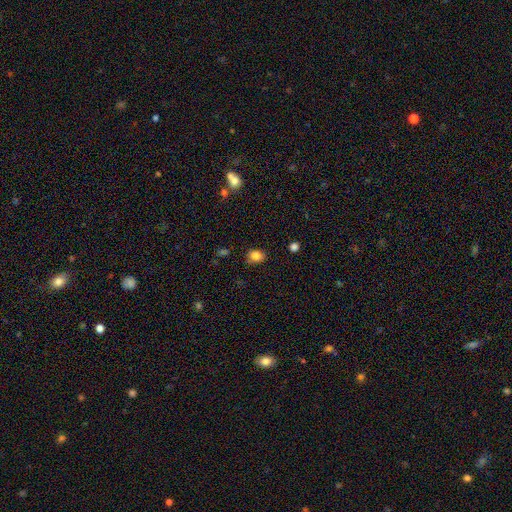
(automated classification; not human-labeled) A smooth galaxy with no disk features (83%) that is in between round and cigar-shaped (53%).

Vote fractions:
- Smooth or featured? smooth: 83% / star or artifact: 11% / featured or disk: 6%
- How rounded? in between: 53% / round: 46% / cigar-shaped: 1%
- Merging? none: 79% / minor disturbance: 16% / major disturbance: 3% / merger: 2%